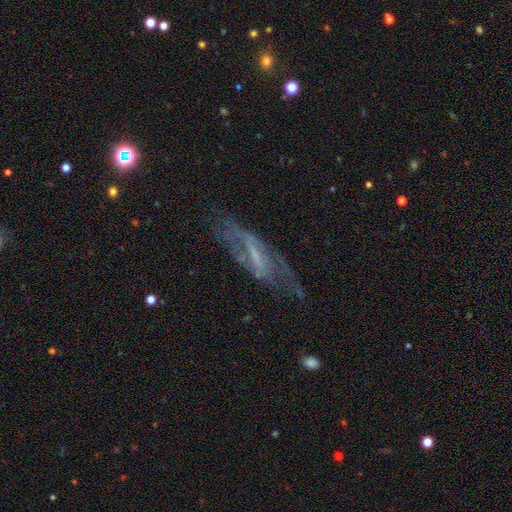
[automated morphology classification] A featured or disk galaxy (71%) with a strong bar (43%), spiral arms (64%) and no central bulge (41%). Merging: none (58%).